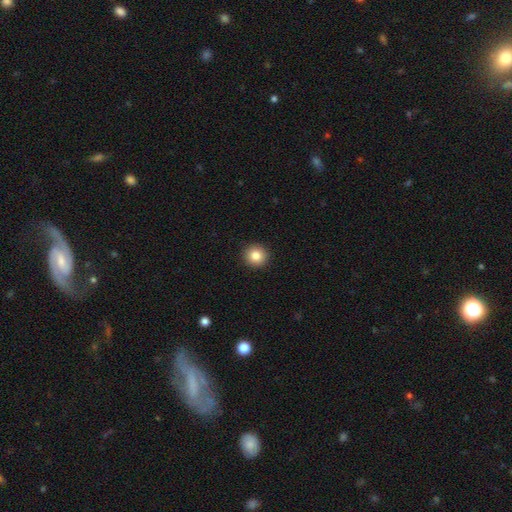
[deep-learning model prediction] Overall: smooth (84%). How rounded: round (92%). Merging: none (93%).